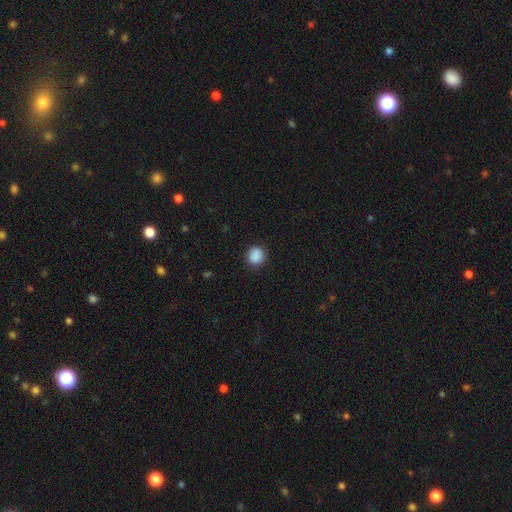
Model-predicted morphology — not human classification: Overall: smooth (89%). How rounded: round (85%). Merging: none (89%).